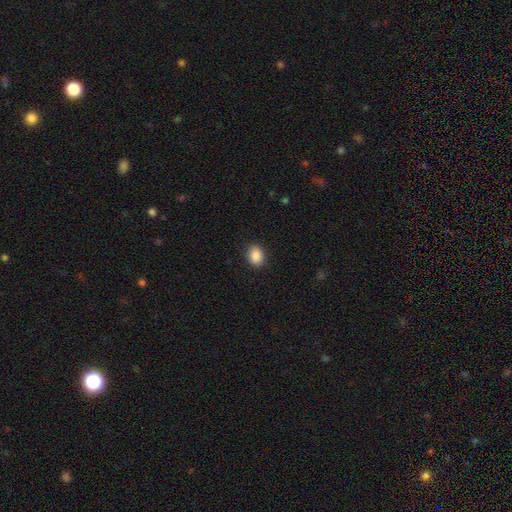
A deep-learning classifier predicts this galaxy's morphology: The model was most divided on "how rounded": in between: 53%, round: 46%, cigar-shaped: 1%. More confident: smooth or featured — smooth (89%); merging — none (88%).